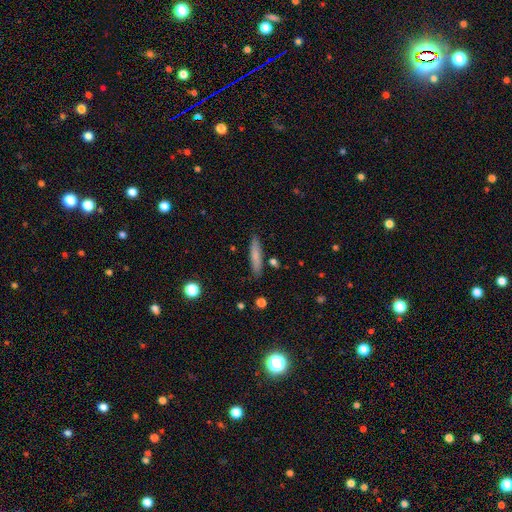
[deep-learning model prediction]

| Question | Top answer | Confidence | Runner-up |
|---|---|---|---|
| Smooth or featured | smooth | 73% | featured or disk (20%) |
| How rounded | cigar-shaped | 88% | in between (11%) |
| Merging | none | 86% | minor disturbance (9%) |